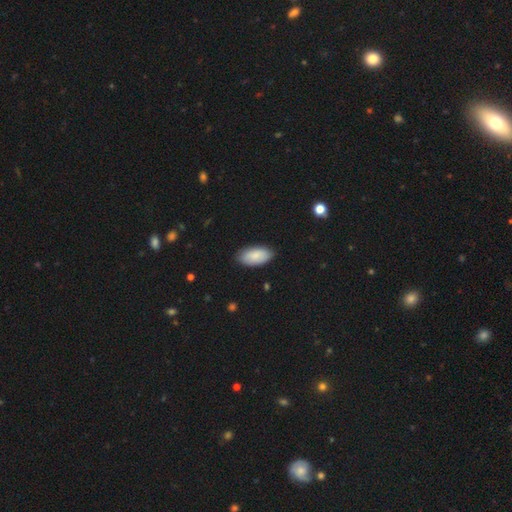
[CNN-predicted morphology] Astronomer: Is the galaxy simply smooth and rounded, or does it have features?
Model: smooth — 86%.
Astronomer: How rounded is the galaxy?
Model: in between — 94%.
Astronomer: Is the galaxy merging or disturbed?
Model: none — 84%.